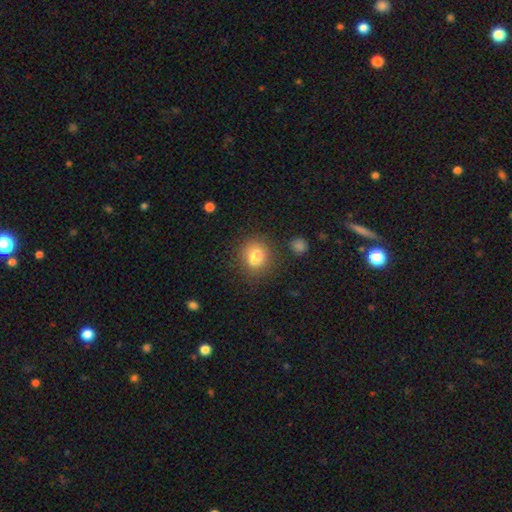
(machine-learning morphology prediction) Smooth or featured: smooth — 77% (featured or disk — 12%)
How rounded: round — 67% (in between — 32%)
Merging: none — 66% (minor disturbance — 15%)